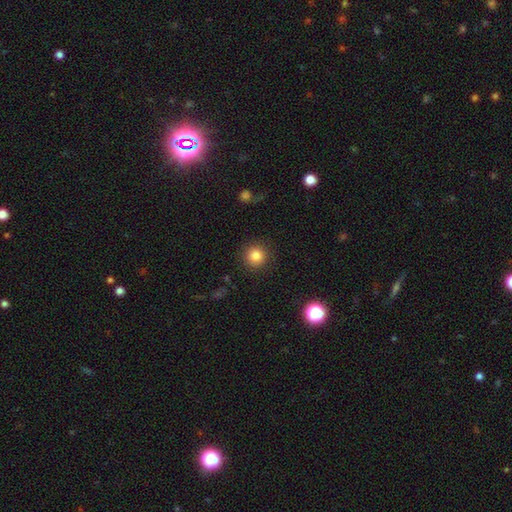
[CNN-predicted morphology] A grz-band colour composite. It shows a smooth galaxy with no disk features (84%) that is round (94%). Merging: none (90%).